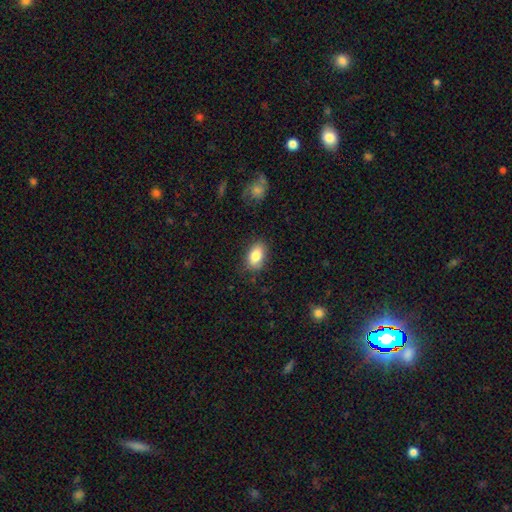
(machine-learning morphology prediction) This is clearly a smooth galaxy (84%). How rounded: clearly in between (90%). Merging: clearly none (80%).